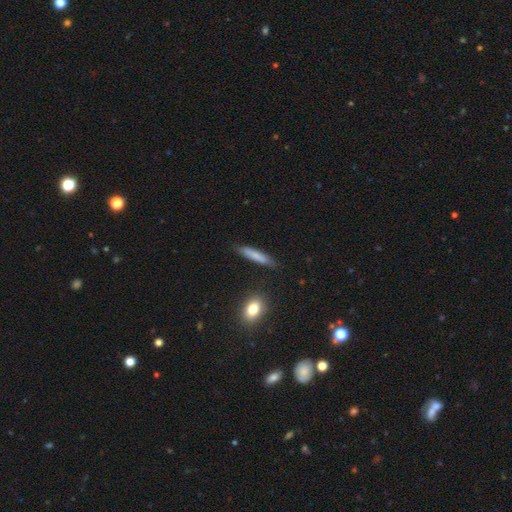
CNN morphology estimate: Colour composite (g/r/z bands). It shows a smooth galaxy with no disk features (77%) that is cigar-shaped (88%). Merging: none (84%).